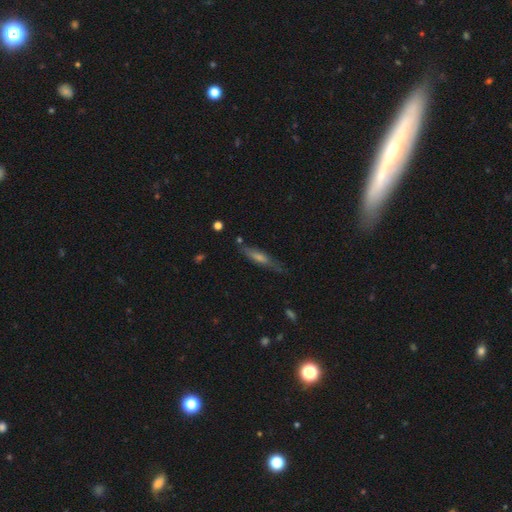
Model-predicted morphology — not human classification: featured or disk 48%, smooth 36%, star or artifact 16%. Down the decision tree: merging — none (76%).